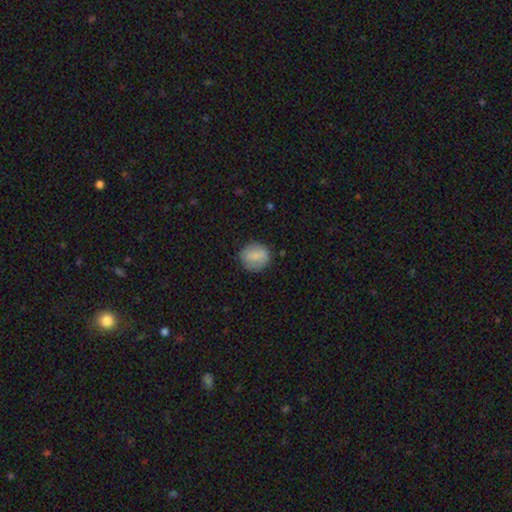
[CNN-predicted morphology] smooth 77%, featured or disk 16%, star or artifact 7%. Down the decision tree: how rounded — round (81%); merging — none (81%).